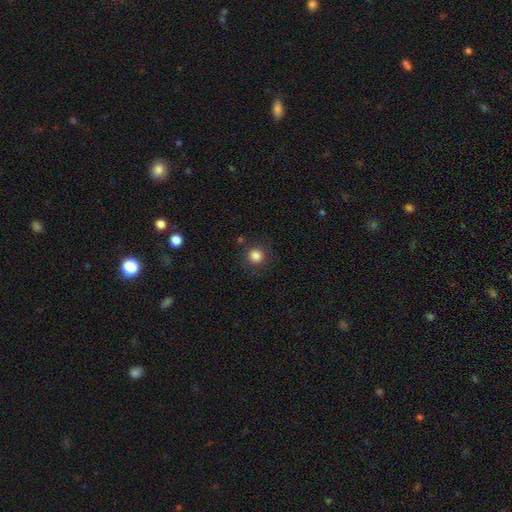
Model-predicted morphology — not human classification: smooth_or_featured: smooth (p=0.84) [alt: star or artifact p=0.12]
how_rounded: round (p=0.94) [alt: in between p=0.05]
merging: none (p=0.87) [alt: minor disturbance p=0.08]